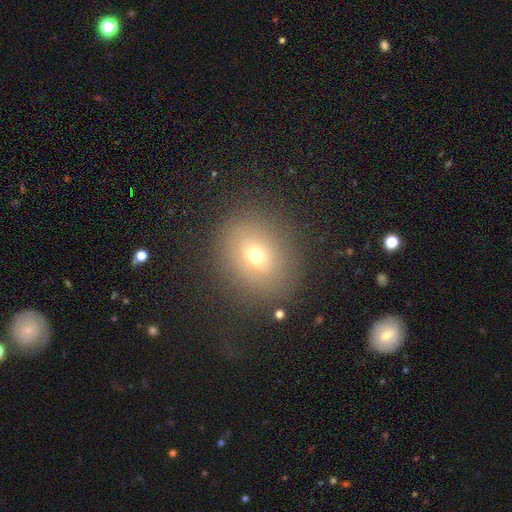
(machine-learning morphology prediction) smooth_or_featured: smooth (p=0.63) [alt: featured or disk p=0.20]
how_rounded: round (p=0.63) [alt: in between p=0.35]
merging: none (p=0.79) [alt: minor disturbance p=0.12]